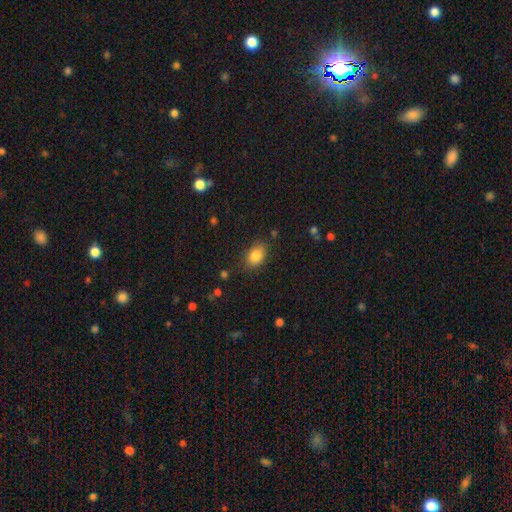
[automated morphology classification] Q: Smooth or featured?
A: smooth (84%); runner-up: star or artifact (9%)
Q: How rounded?
A: in between (76%); runner-up: round (22%)
Q: Merging?
A: none (81%); runner-up: minor disturbance (14%)